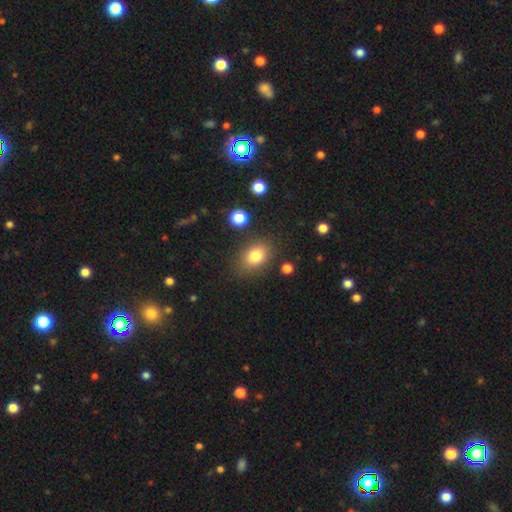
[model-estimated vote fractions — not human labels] This appears to be a smooth galaxy with no disk features (80%) that is in between round and cigar-shaped (68%). Merging: none (81%).